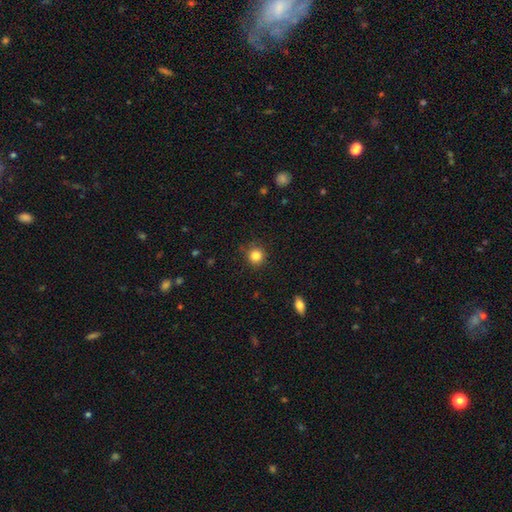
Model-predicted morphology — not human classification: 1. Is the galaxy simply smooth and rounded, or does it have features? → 84% smooth, 11% star or artifact, 5% featured or disk.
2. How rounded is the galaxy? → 92% round, 7% in between, 1% cigar-shaped.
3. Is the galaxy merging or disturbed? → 88% none, 9% minor disturbance, 2% major disturbance, 1% merger.